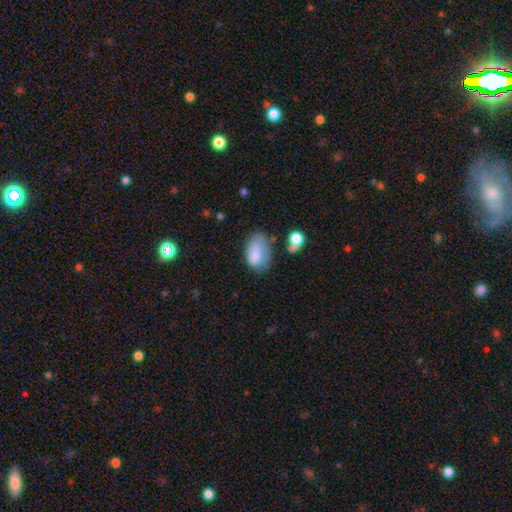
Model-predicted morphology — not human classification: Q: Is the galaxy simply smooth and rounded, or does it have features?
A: smooth — 78%.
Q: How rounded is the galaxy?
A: in between — 89%.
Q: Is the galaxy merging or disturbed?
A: none — 39%.